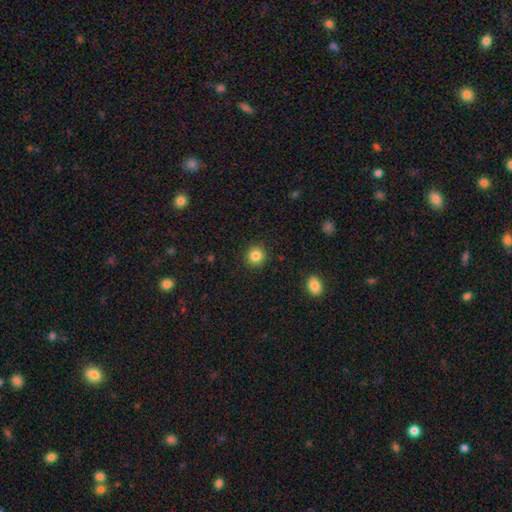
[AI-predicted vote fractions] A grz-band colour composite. It shows a smooth galaxy with no disk features (85%) that is round (92%). Merging: none (91%).